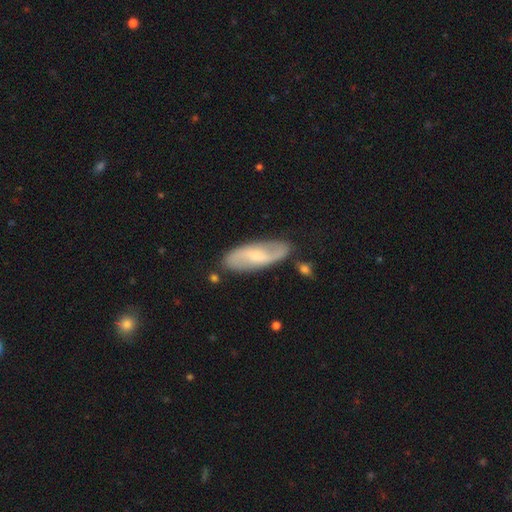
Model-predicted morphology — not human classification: A featured or disk galaxy (68%) with a weak bar (46%), 2 (89%) loose (55%) spiral arms (89%) and a small central bulge (61%).

Vote fractions:
- Smooth or featured? featured or disk: 68% / smooth: 26% / star or artifact: 6%
- Edge-on disk? no: 90% / yes: 10%
- Bar? weak: 46% / no: 35% / strong: 19%
- Spiral arms? yes: 89% / no: 11%
- Spiral winding? loose: 55% / medium: 32% / tight: 13%
- Spiral arm count? 2: 89% / can't tell: 7% / 1: 2% / 3: 1% / 4: 1% / more than 4: 1%
- Bulge size? small: 61% / moderate: 31% / none: 4% / large: 2% / dominant: 1%
- Merging? none: 81% / minor disturbance: 13% / merger: 3% / major disturbance: 3%